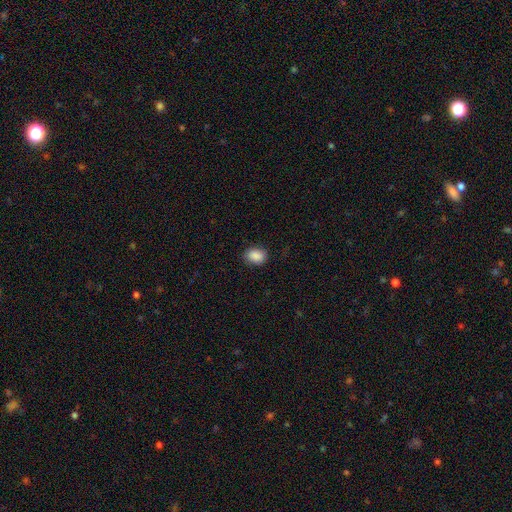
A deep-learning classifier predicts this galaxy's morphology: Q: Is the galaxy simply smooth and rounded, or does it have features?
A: smooth — 89%.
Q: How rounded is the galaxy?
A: in between — 68%.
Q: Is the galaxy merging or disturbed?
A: none — 85%.